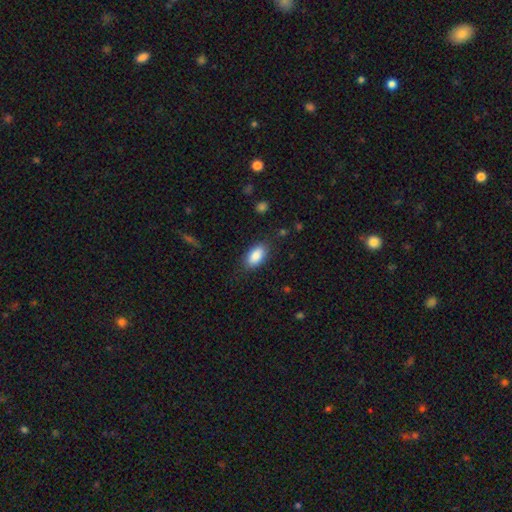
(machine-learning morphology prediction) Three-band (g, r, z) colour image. It shows a smooth galaxy with no disk features (87%) that is in between round and cigar-shaped (92%). Merging: none (82%).